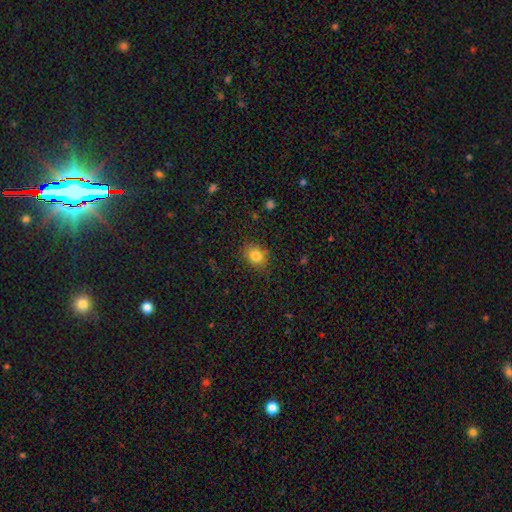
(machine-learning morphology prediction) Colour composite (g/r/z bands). It shows a smooth galaxy with no disk features (82%) that is round (50%). Merging: none (81%).